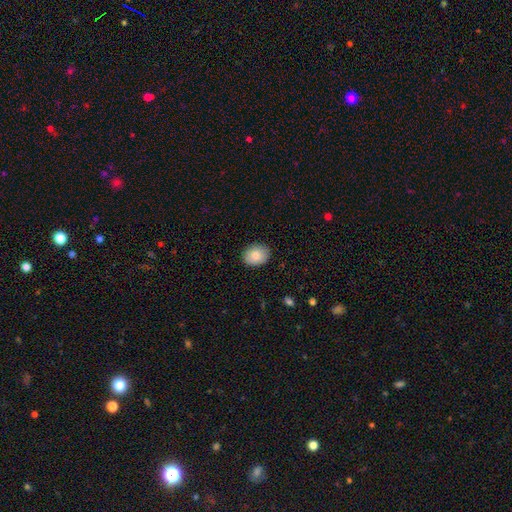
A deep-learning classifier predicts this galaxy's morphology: Overall: smooth (84%). How rounded: in between (58%; round 41%). Merging: none (88%).